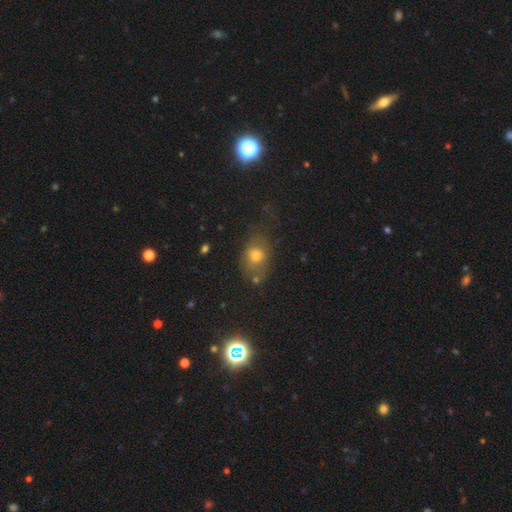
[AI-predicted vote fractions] Smooth or featured?
  - smooth: 69% *
  - star or artifact: 18%
  - featured or disk: 14%
How rounded?
  - in between: 58% *
  - round: 40%
  - cigar-shaped: 2%
Merging?
  - none: 61% *
  - minor disturbance: 22%
  - major disturbance: 11%
  - merger: 6%